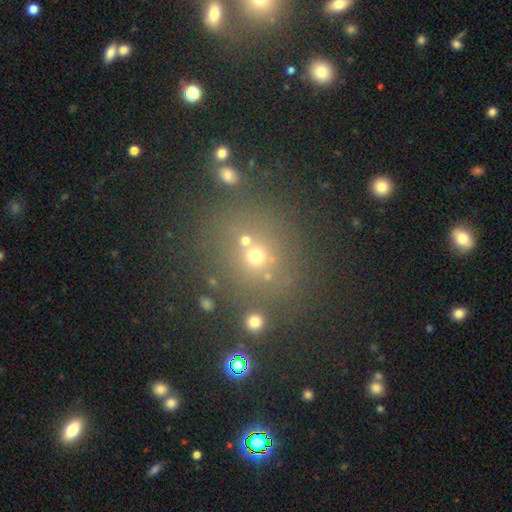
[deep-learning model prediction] Q: Smooth or featured?
A: smooth (49%); runner-up: star or artifact (38%)
Q: Merging?
A: none (70%); runner-up: merger (16%)